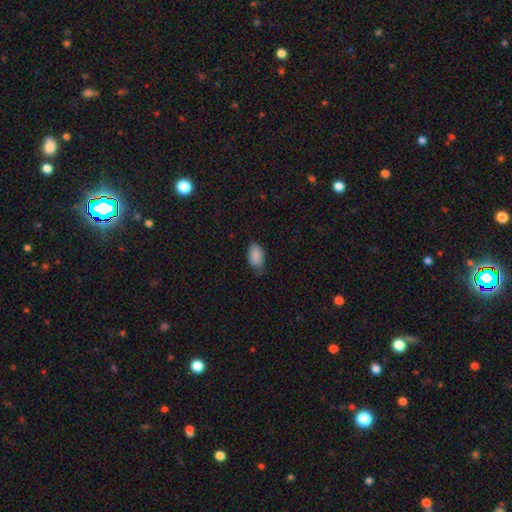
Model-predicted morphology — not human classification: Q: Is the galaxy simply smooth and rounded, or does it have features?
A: smooth — 88%.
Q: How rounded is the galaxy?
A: in between — 93%.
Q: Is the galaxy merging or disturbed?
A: none — 57%.